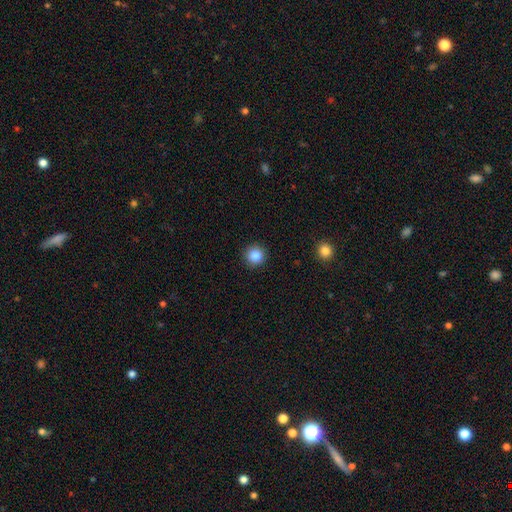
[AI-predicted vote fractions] A smooth galaxy with no disk features (85%) that is round (95%). Merging: none (93%).